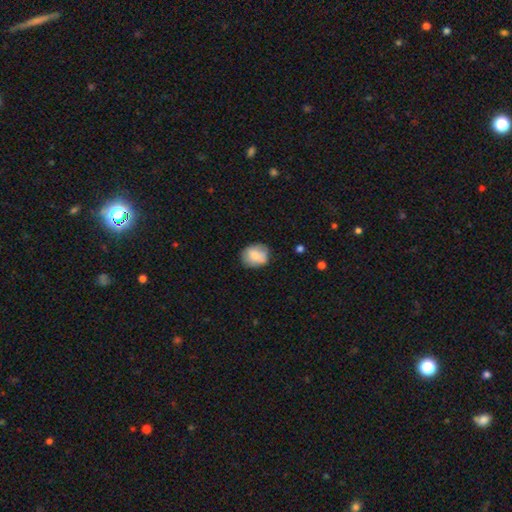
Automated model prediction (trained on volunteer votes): Smooth or featured?
  - smooth: 79% *
  - featured or disk: 14%
  - star or artifact: 8%
How rounded?
  - round: 64% *
  - in between: 35%
  - cigar-shaped: 1%
Merging?
  - none: 73% *
  - minor disturbance: 21%
  - major disturbance: 5%
  - merger: 2%